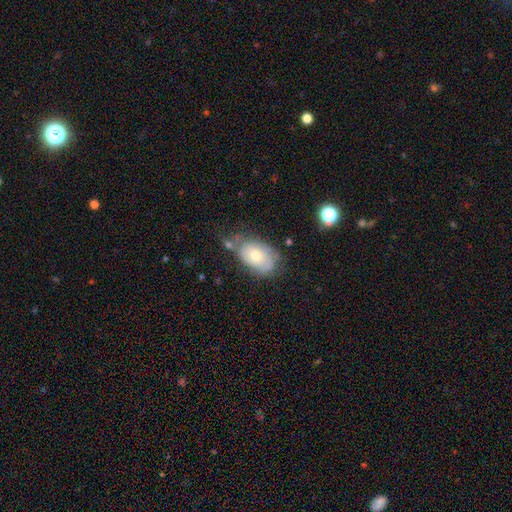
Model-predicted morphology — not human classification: The model was most divided on "smooth or featured": smooth: 54%, featured or disk: 38%, star or artifact: 8%. More confident: how rounded — in between (87%); merging — none (52%).